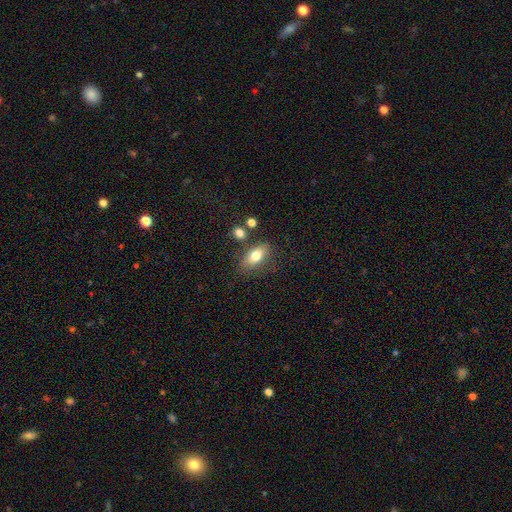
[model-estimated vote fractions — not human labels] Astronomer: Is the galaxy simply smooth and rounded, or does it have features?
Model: smooth — 77%.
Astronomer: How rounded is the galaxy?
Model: in between — 84%.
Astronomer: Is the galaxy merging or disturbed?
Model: none — 72%.